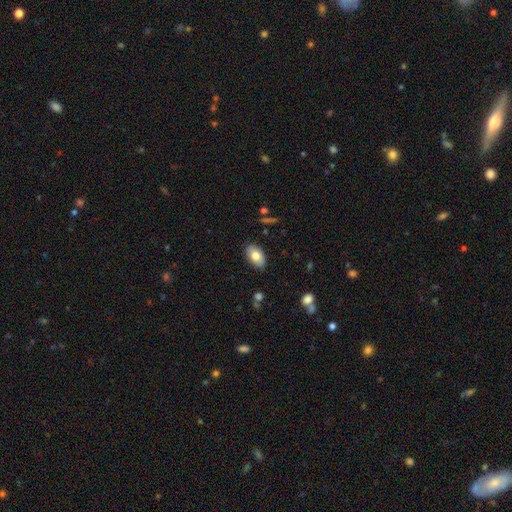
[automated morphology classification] Smooth or featured: smooth — 76% (featured or disk — 17%)
How rounded: in between — 93% (round — 5%)
Merging: none — 86% (minor disturbance — 11%)